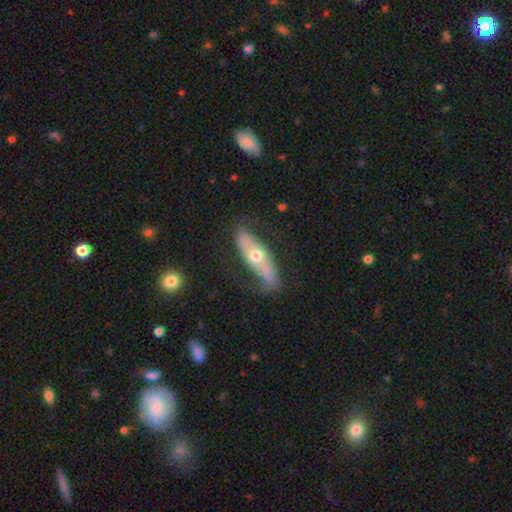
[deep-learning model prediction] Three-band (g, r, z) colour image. It shows a featured or disk galaxy (61%). Merging: none (53%).